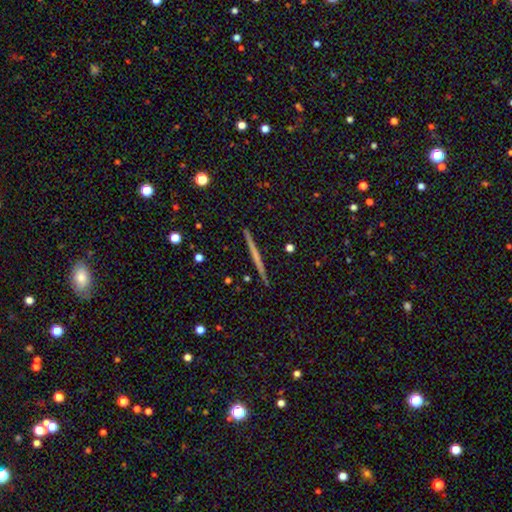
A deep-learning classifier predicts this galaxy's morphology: Q: Smooth or featured?
A: featured or disk (59%); runner-up: smooth (34%)
Q: Edge-on disk?
A: yes (98%); runner-up: no (2%)
Q: Edge-on bulge?
A: none (81%); runner-up: rounded (15%)
Q: Merging?
A: none (93%); runner-up: minor disturbance (5%)